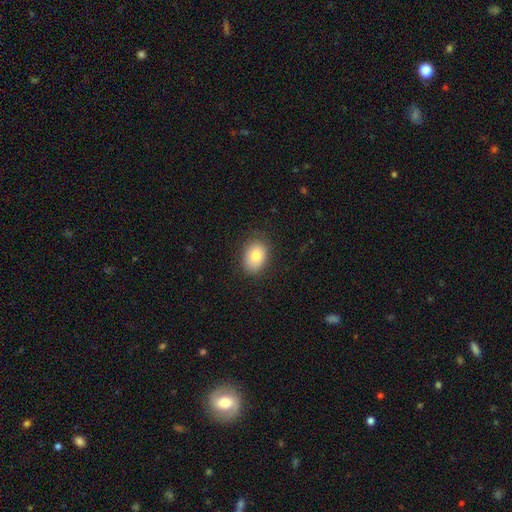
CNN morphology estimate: This appears to be a smooth galaxy with no disk features (80%) that is in between round and cigar-shaped (70%). Merging: none (81%).